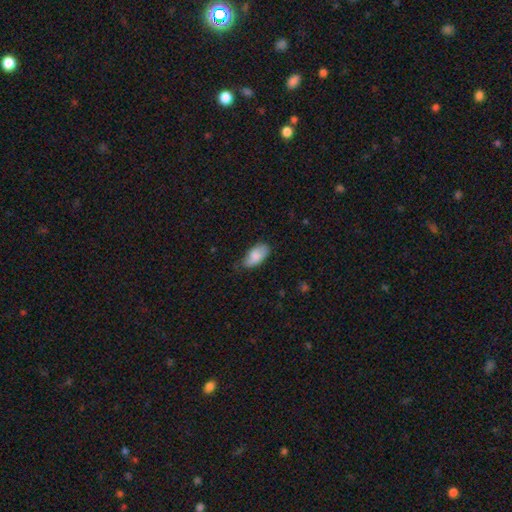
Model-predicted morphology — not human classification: smooth 84%, featured or disk 9%, star or artifact 6%. Down the decision tree: how rounded — in between (93%); merging — none (65%).